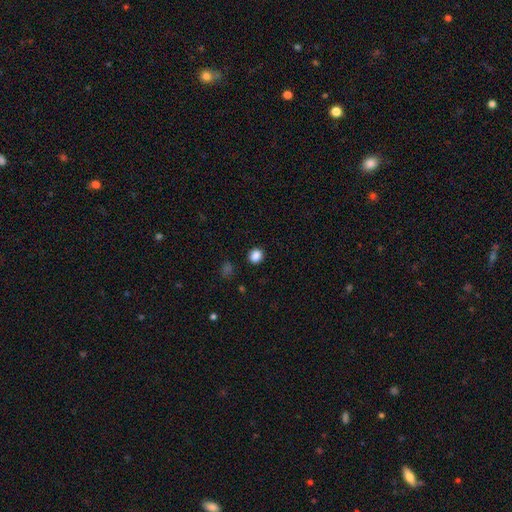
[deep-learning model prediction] Overall: smooth (86%). How rounded: round (74%). Merging: none (90%).